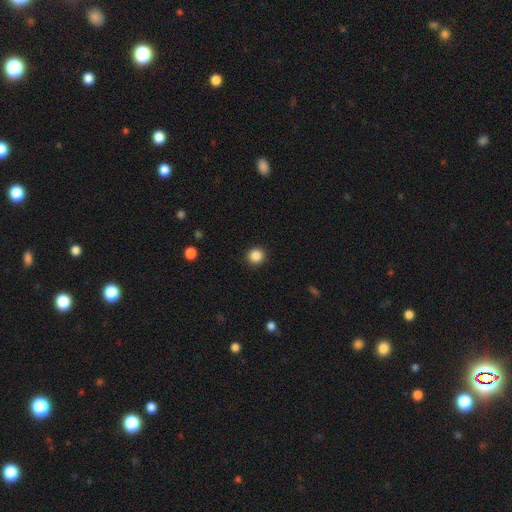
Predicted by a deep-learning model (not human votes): Smooth or featured? Predicted: smooth (p=0.87). How rounded? Predicted: round (p=0.93). Merging? Predicted: none (p=0.92).